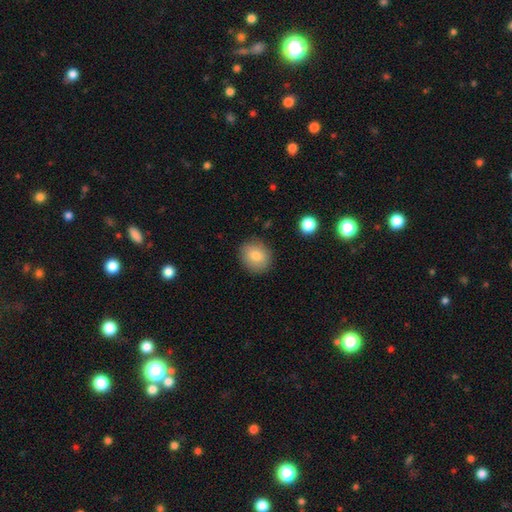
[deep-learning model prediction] Morphology: type=smooth (81%); roundness=round (72%); merging=none (87%).